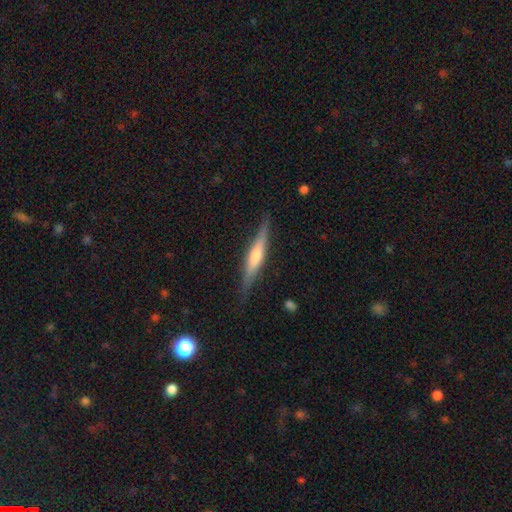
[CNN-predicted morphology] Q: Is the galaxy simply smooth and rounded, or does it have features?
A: featured or disk — 63%.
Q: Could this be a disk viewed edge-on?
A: yes — 96%.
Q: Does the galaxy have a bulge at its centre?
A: rounded — 74%.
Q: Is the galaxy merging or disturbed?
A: none — 85%.